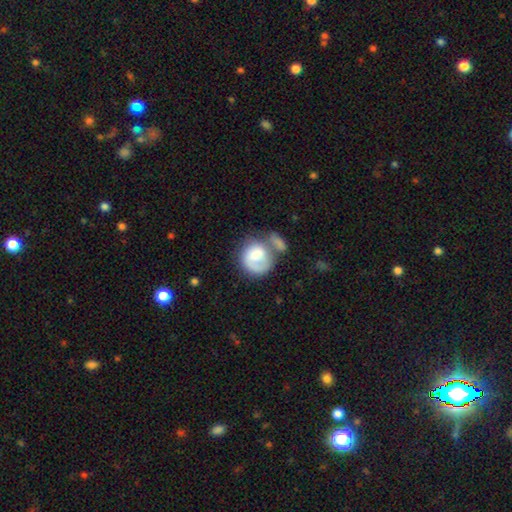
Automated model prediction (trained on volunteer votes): Smooth or featured? smooth (58%)
How rounded? round (75%)
Merging? none (32%)